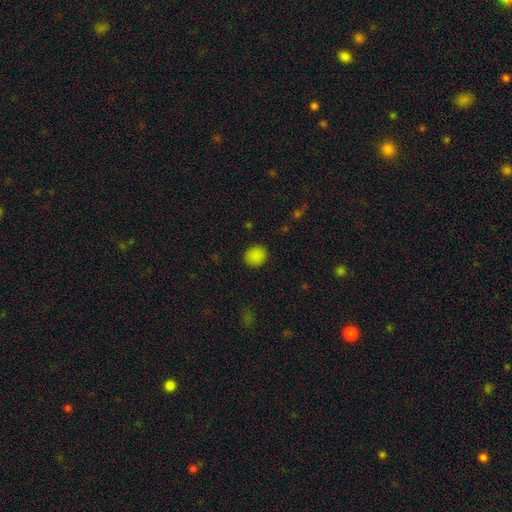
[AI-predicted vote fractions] Smooth or featured? Predicted: smooth (p=0.86). How rounded? Predicted: round (p=0.81). Merging? Predicted: none (p=0.90).